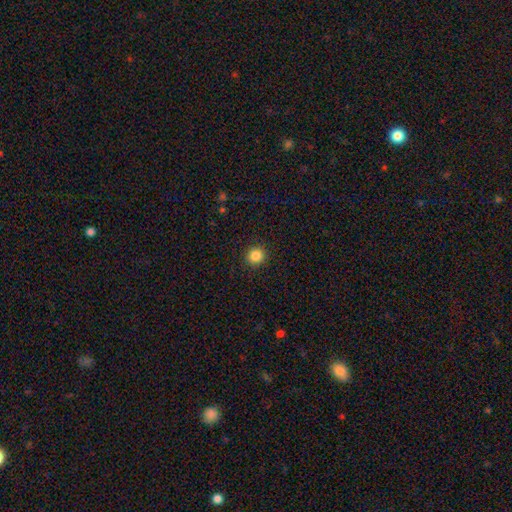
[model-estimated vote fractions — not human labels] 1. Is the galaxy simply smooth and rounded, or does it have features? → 85% smooth, 11% star or artifact, 4% featured or disk.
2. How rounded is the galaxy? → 91% round, 8% in between, 1% cigar-shaped.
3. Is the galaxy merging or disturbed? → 92% none, 5% minor disturbance, 2% major disturbance, 1% merger.